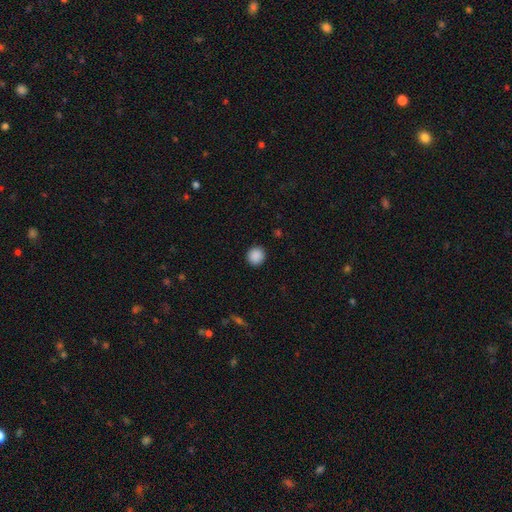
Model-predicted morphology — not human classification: Overall: smooth (89%). How rounded: round (92%). Merging: none (92%).